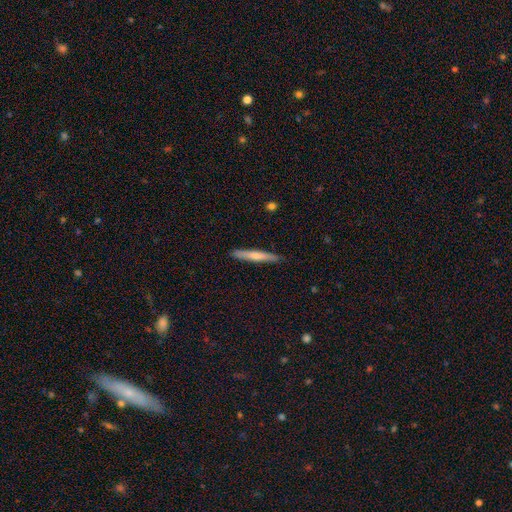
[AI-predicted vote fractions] Q: Smooth or featured?
A: smooth (61%); runner-up: featured or disk (34%)
Q: How rounded?
A: cigar-shaped (95%); runner-up: in between (4%)
Q: Merging?
A: none (89%); runner-up: minor disturbance (8%)